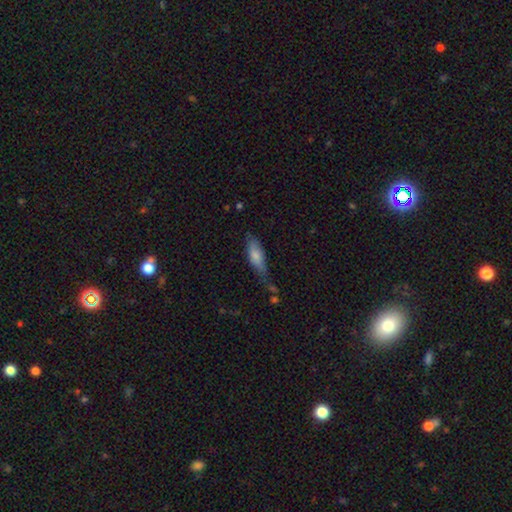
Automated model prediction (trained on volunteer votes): Smooth or featured? Predicted: smooth (p=0.73). How rounded? Predicted: in between (p=0.60). Merging? Predicted: none (p=0.48).